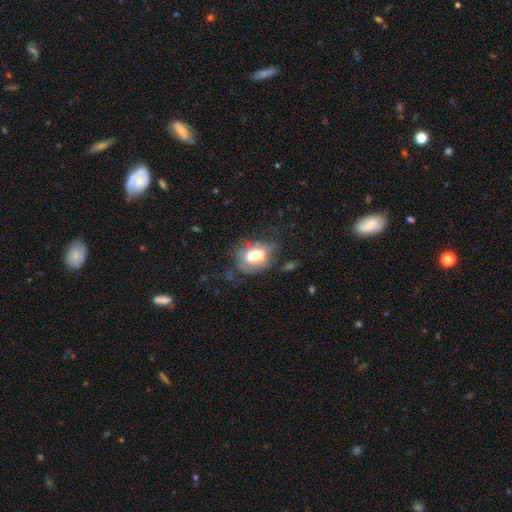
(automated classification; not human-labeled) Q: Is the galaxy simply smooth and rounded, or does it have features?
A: smooth — 61%.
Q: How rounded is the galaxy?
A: in between — 74%.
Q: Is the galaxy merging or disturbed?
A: none — 45%.